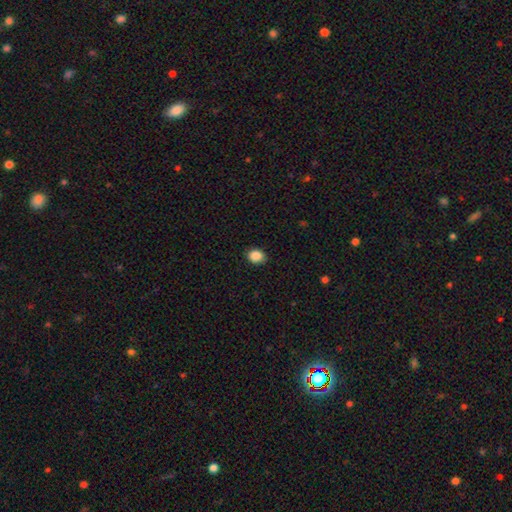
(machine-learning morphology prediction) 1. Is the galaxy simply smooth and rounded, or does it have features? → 88% smooth, 9% star or artifact, 4% featured or disk.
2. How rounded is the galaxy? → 52% in between, 47% round, 1% cigar-shaped.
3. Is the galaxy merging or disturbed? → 88% none, 9% minor disturbance, 2% major disturbance, 1% merger.